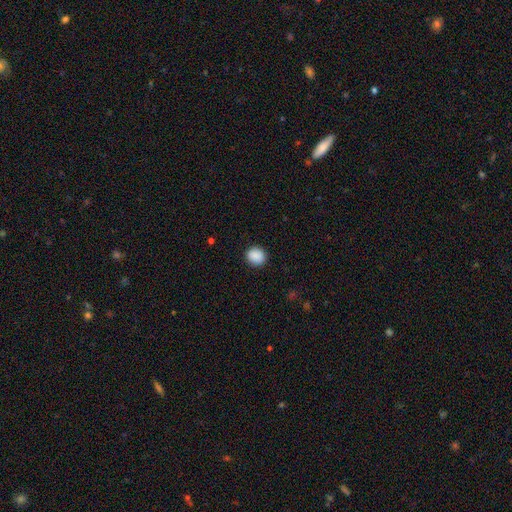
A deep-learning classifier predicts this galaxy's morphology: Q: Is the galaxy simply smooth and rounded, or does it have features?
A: smooth — 90%.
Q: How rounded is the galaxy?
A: round — 85%.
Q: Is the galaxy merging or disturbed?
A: none — 90%.